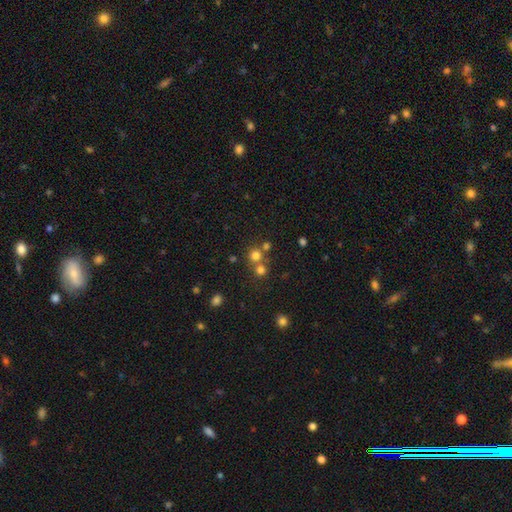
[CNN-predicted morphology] A smooth galaxy with no disk features (71%) that is round (91%).

Vote fractions:
- Smooth or featured? smooth: 71% / star or artifact: 20% / featured or disk: 9%
- How rounded? round: 91% / in between: 8% / cigar-shaped: 1%
- Merging? none: 57% / merger: 34% / minor disturbance: 6% / major disturbance: 3%